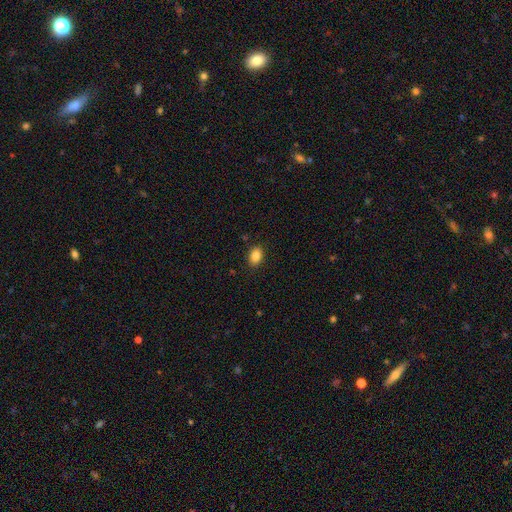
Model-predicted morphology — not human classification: This appears to be a smooth galaxy with no disk features (87%) that is in between round and cigar-shaped (83%). Merging: none (88%).